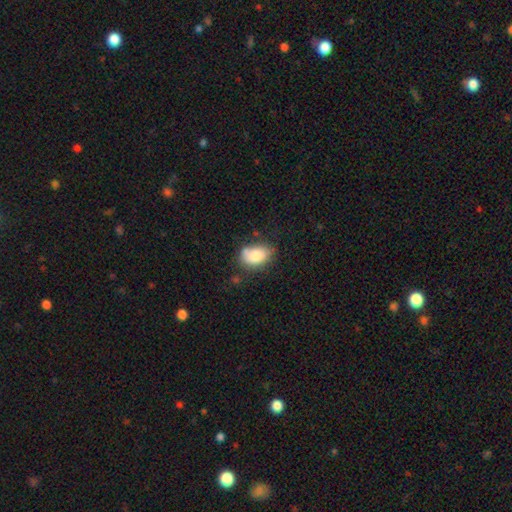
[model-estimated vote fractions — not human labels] smooth 83%, featured or disk 9%, star or artifact 8%. Down the decision tree: how rounded — in between (87%); merging — none (62%).